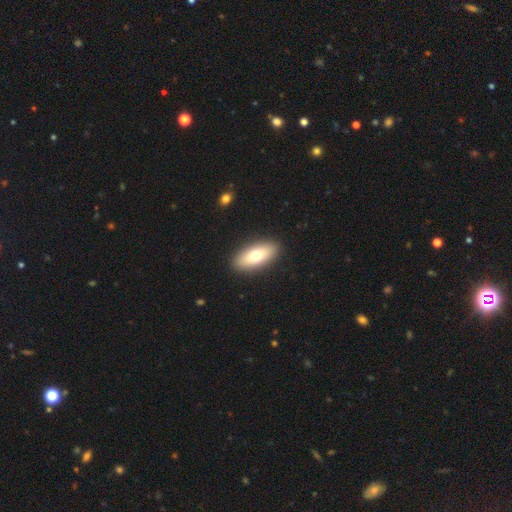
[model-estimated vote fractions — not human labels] Smooth or featured: smooth — 71% (featured or disk — 22%)
How rounded: in between — 83% (cigar-shaped — 14%)
Merging: none — 90% (minor disturbance — 7%)